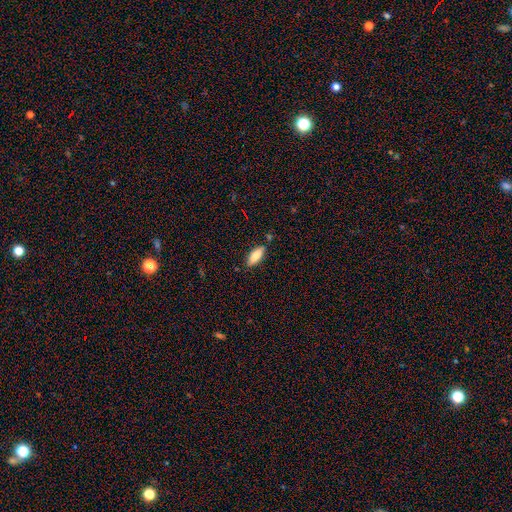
This appears to be a smooth galaxy with no disk features (87%) that is in between round and cigar-shaped (74%). Merging: none (65%).